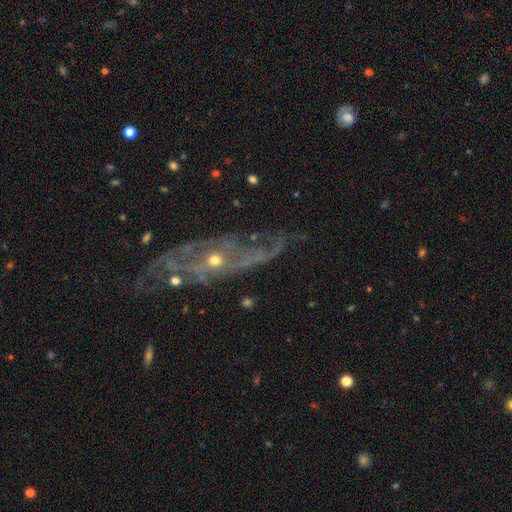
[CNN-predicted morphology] Q: Smooth or featured?
A: featured or disk (82%); runner-up: star or artifact (9%)
Q: Edge-on disk?
A: no (78%); runner-up: yes (22%)
Q: Bar?
A: no (74%); runner-up: weak (18%)
Q: Spiral arms?
A: yes (83%); runner-up: no (17%)
Q: Spiral winding?
A: medium (37%); runner-up: tight (36%)
Q: Spiral arm count?
A: 2 (38%); runner-up: can't tell (34%)
Q: Bulge size?
A: small (62%); runner-up: moderate (34%)
Q: Merging?
A: none (63%); runner-up: minor disturbance (20%)